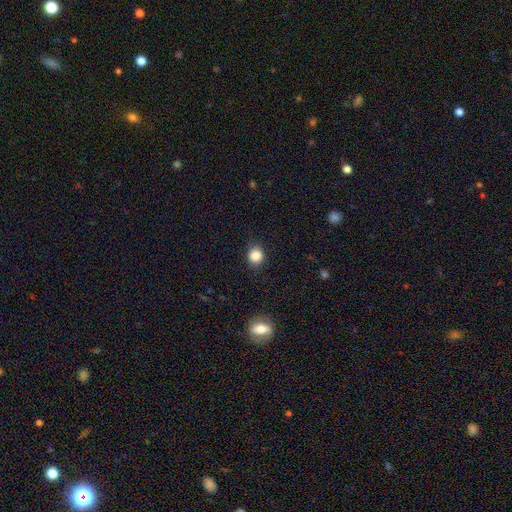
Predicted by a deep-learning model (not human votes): smooth-or-featured: smooth: 84% | star or artifact: 11% | featured or disk: 5%
  how-rounded: round: 81% | in between: 18% | cigar-shaped: 1%
  merging: none: 88% | minor disturbance: 9% | major disturbance: 2% | merger: 1%